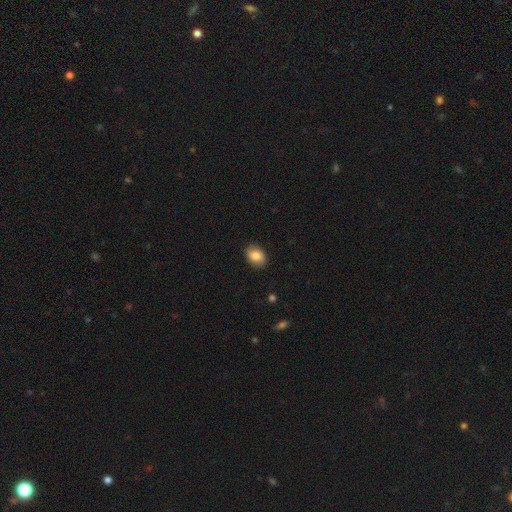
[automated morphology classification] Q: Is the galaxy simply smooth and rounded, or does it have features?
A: smooth — 83%.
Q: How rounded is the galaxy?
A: in between — 73%.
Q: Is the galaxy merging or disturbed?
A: none — 86%.